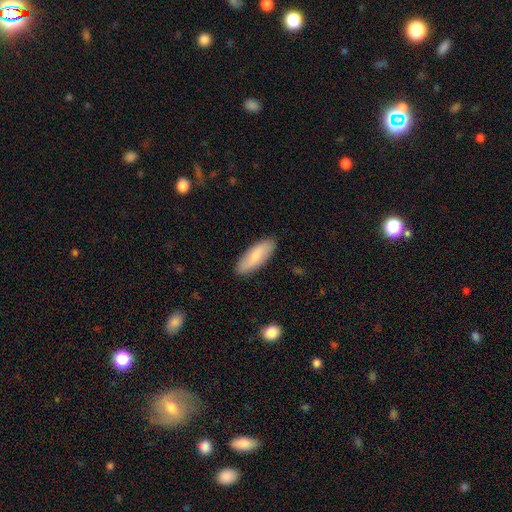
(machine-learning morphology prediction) This appears to be a smooth galaxy with no disk features (77%) that is in between round and cigar-shaped (69%). Merging: none (88%).